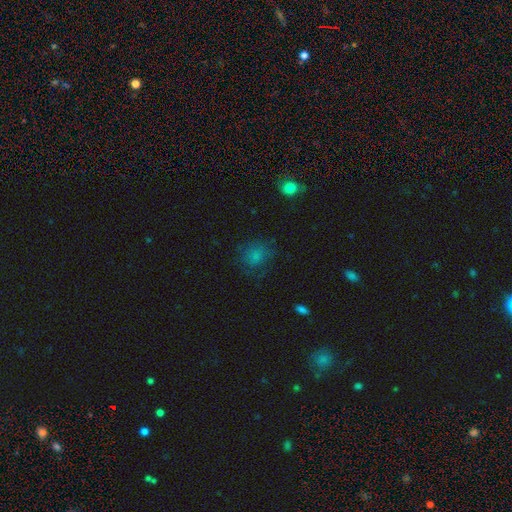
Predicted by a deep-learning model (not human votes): Morphology: type=smooth (74%); roundness=round (68%); merging=none (64%).